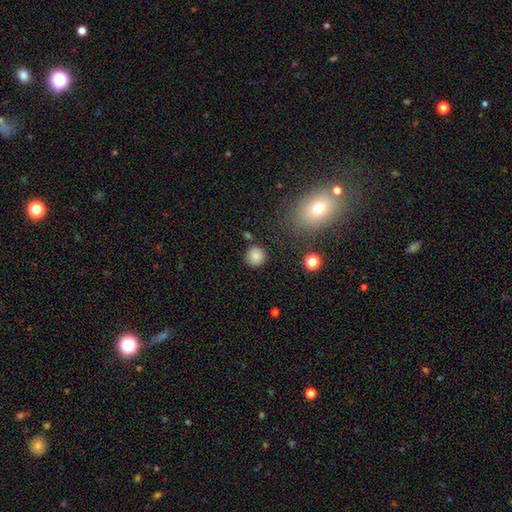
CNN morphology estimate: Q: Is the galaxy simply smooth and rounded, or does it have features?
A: smooth — 84%.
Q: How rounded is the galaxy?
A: round — 94%.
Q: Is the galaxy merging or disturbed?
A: none — 86%.